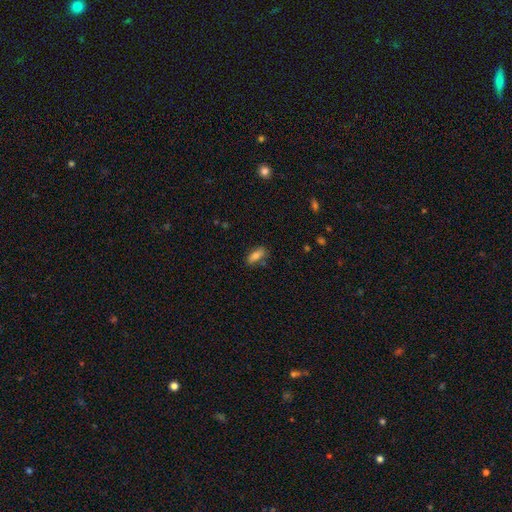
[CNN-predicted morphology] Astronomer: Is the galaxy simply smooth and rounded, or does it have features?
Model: smooth — 79%.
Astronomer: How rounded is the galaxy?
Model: in between — 75%.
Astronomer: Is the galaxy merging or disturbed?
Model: none — 75%.